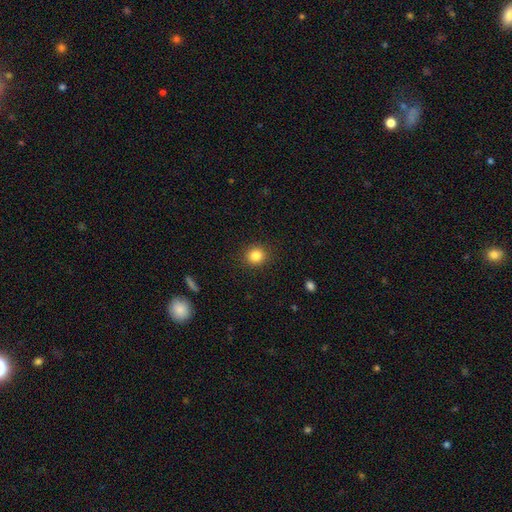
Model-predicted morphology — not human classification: This appears to be a smooth galaxy with no disk features (84%) that is round (84%). Merging: none (90%).